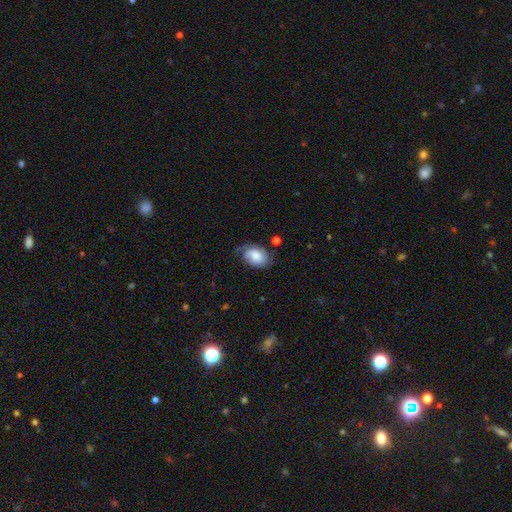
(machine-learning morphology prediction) This appears to be a smooth galaxy with no disk features (56%) that is in between round and cigar-shaped (80%). Merging: none (50%).